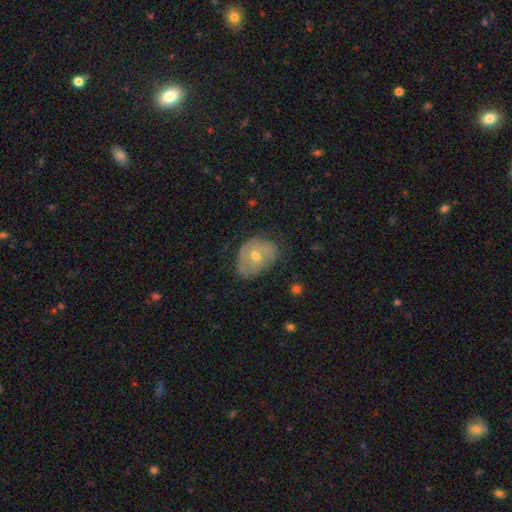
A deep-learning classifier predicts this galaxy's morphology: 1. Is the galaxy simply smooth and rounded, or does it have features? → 46% featured or disk, 45% smooth, 9% star or artifact.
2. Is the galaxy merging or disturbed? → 56% none, 32% minor disturbance, 10% major disturbance, 2% merger.